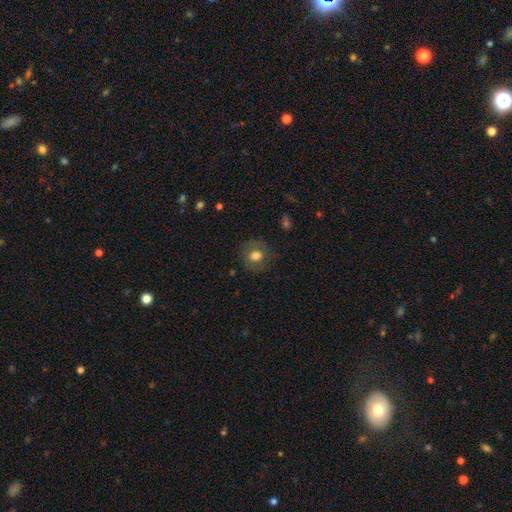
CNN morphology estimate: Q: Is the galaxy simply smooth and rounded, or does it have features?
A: smooth — 67%.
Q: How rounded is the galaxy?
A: round — 80%.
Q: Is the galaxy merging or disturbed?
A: none — 79%.